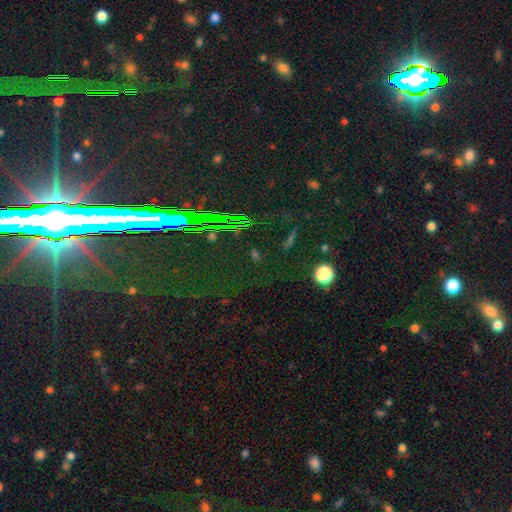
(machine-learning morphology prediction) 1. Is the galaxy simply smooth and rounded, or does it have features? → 72% star or artifact, 16% smooth, 11% featured or disk.